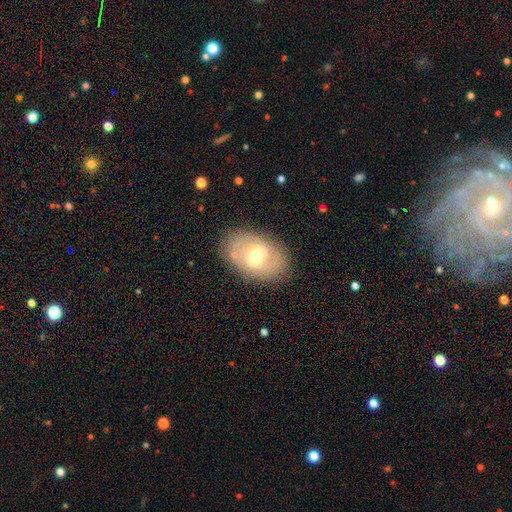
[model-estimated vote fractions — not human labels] Overall: featured or disk (62%; smooth 31%). Edge-on disk: no (93%). Bar: weak (51%; no 27%). Spiral arms: yes (54%; no 46%). Bulge size: moderate (68%). Merging: none (79%).